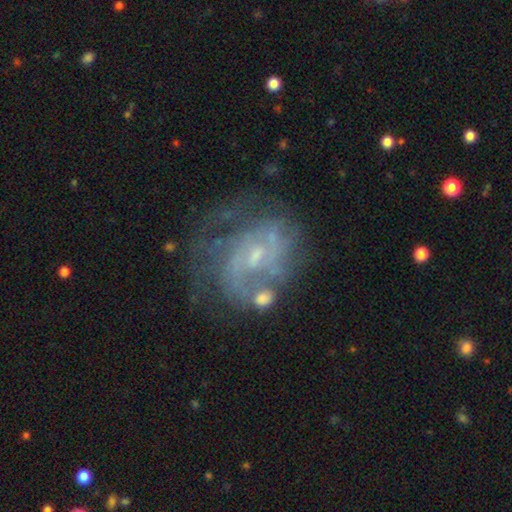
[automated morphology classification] type=featured or disk (78%); edge-on=no (98%); bar=no (52%); spiral arms=yes (78%); winding=medium (41%); arm count=can't tell (40%); bulge=small (66%); merging=none (50%).